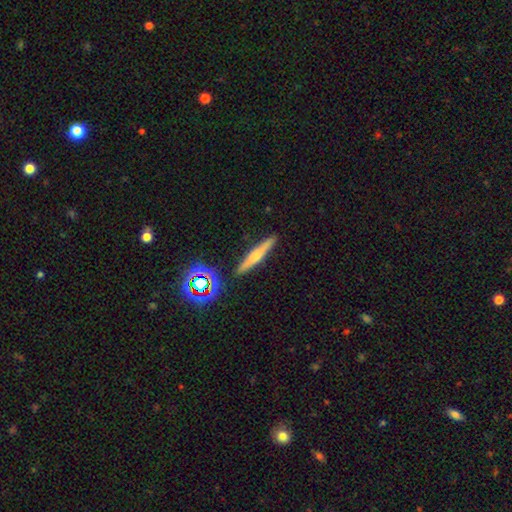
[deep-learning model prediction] This appears to be a smooth galaxy with no disk features (47%). Merging: none (88%).